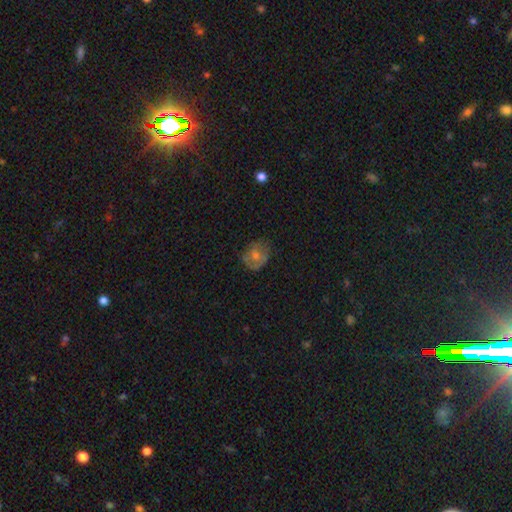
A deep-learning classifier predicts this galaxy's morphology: Smooth or featured? Predicted: smooth (p=0.48). Merging? Predicted: none (p=0.66).